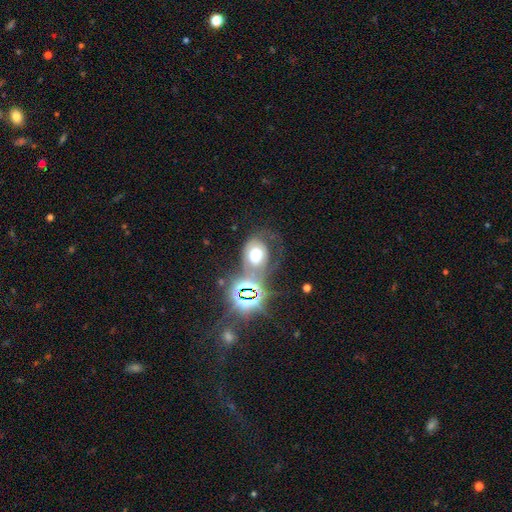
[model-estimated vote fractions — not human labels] This is marginally a smooth galaxy (44%). Merging: marginally none (32%).